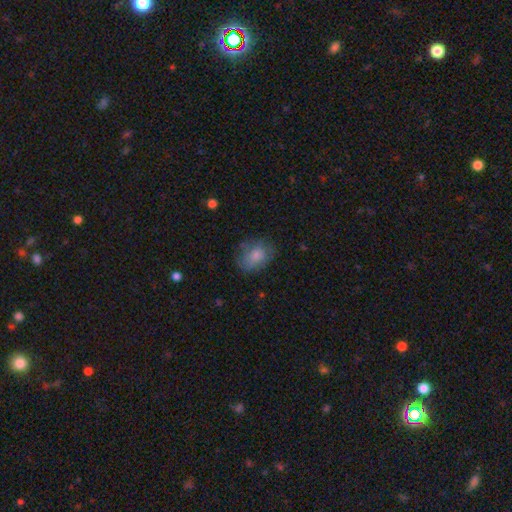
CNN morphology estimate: A smooth galaxy with no disk features (77%) that is in between round and cigar-shaped (65%).

Vote fractions:
- Smooth or featured? smooth: 77% / featured or disk: 15% / star or artifact: 8%
- How rounded? in between: 65% / round: 34% / cigar-shaped: 1%
- Merging? none: 66% / minor disturbance: 23% / major disturbance: 9% / merger: 2%